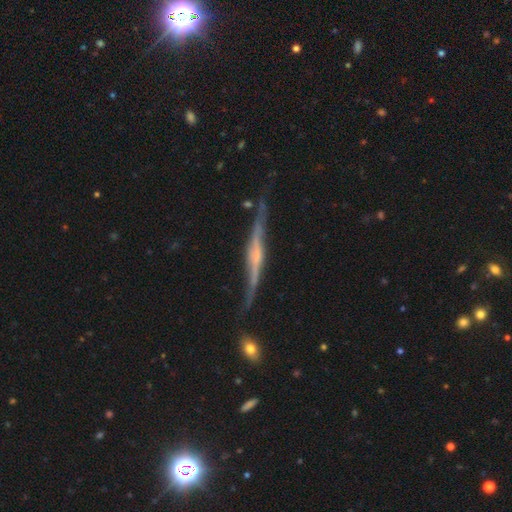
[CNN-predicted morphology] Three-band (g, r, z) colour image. It shows a featured or disk galaxy (83%) viewed edge-on (94%) with a rounded central bulge (54%). Merging: none (69%).